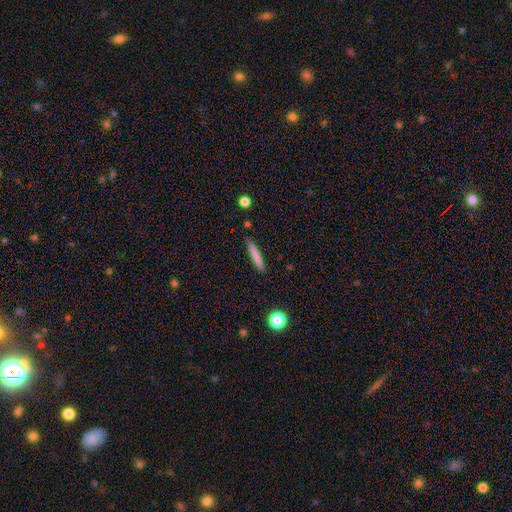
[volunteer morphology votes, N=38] Smooth or featured?
  - smooth: 74% *
  - featured or disk: 18%
  - star or artifact: 8%
How rounded?
  - cigar-shaped: 89% *
  - in between: 11%
  - round: 0%
Merging?
  - none: 94% *
  - minor disturbance: 6%
  - major disturbance: 0%
  - merger: 0%